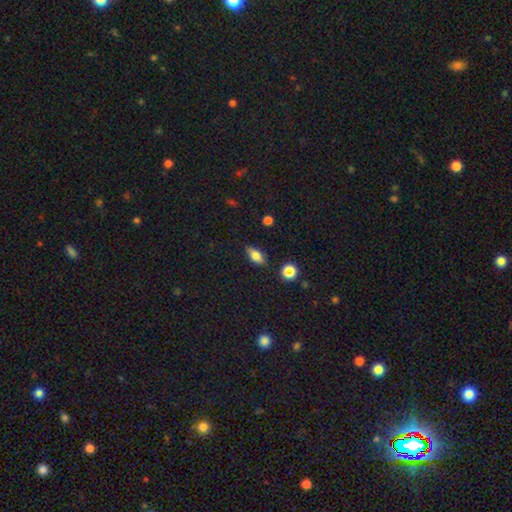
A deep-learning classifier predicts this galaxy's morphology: smooth-or-featured: smooth: 75% | featured or disk: 16% | star or artifact: 9%
  how-rounded: in between: 82% | cigar-shaped: 11% | round: 7%
  merging: none: 83% | minor disturbance: 12% | major disturbance: 3% | merger: 2%